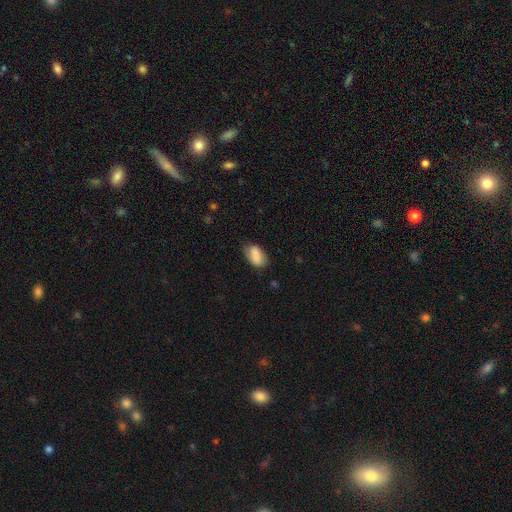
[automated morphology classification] Smooth or featured?
  - smooth: 82% *
  - featured or disk: 11%
  - star or artifact: 7%
How rounded?
  - in between: 91% *
  - round: 6%
  - cigar-shaped: 3%
Merging?
  - none: 69% *
  - minor disturbance: 24%
  - major disturbance: 6%
  - merger: 1%